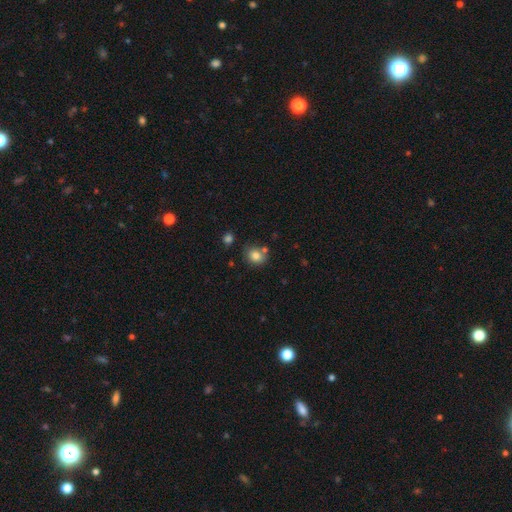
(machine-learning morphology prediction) smooth 82%, star or artifact 11%, featured or disk 8%. Down the decision tree: how rounded — round (71%); merging — none (69%).